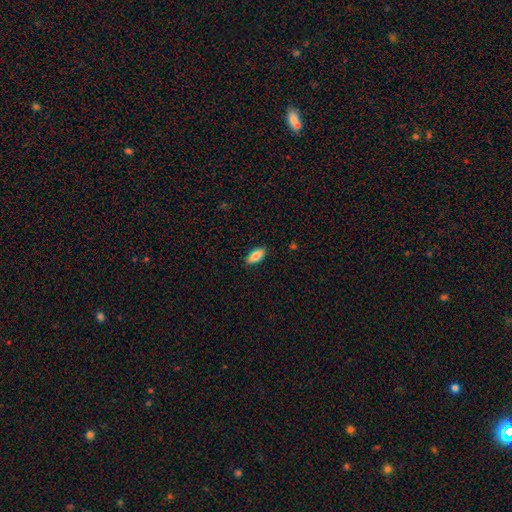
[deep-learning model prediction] Smooth or featured?
  - smooth: 85% *
  - featured or disk: 8%
  - star or artifact: 7%
How rounded?
  - in between: 87% *
  - cigar-shaped: 11%
  - round: 2%
Merging?
  - none: 88% *
  - minor disturbance: 10%
  - major disturbance: 2%
  - merger: 1%